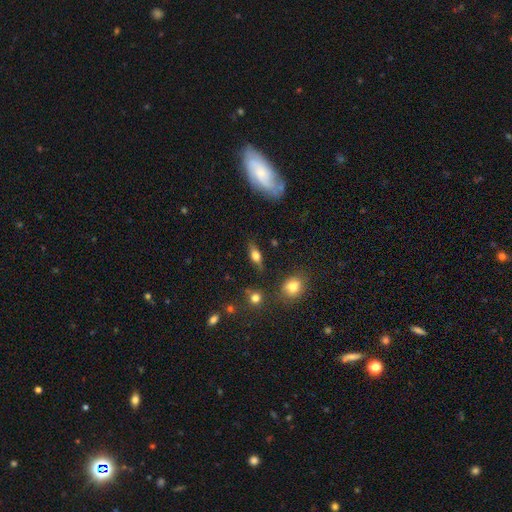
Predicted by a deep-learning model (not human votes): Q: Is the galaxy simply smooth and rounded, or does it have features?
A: smooth — 56%.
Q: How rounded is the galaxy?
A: in between — 67%.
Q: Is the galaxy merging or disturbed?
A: none — 80%.